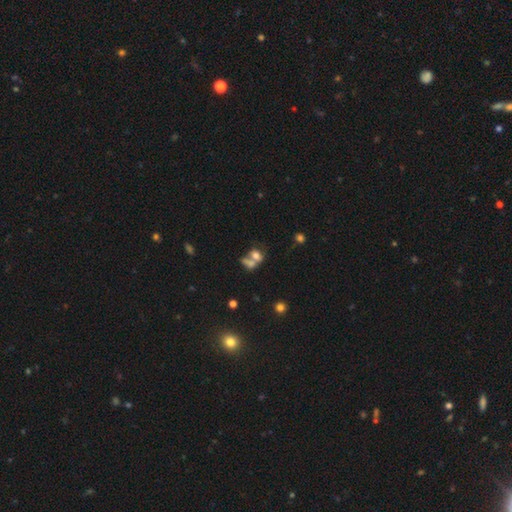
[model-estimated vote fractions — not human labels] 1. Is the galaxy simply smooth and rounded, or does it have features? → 63% smooth, 22% featured or disk, 14% star or artifact.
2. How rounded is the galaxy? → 67% in between, 28% round, 5% cigar-shaped.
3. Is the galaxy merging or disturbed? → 59% merger, 25% none, 8% minor disturbance, 7% major disturbance.